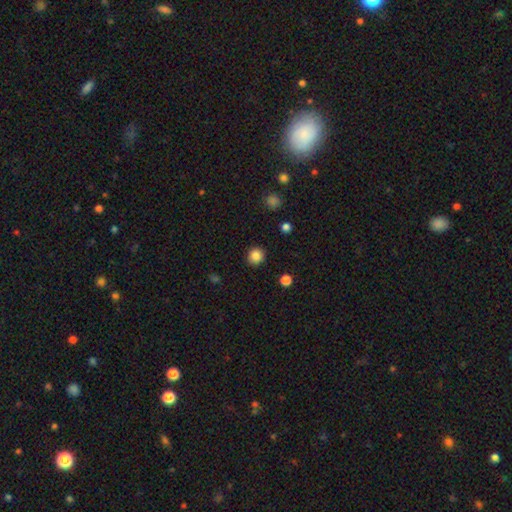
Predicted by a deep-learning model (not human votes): A smooth galaxy with no disk features (85%) that is round (90%). Merging: none (90%).